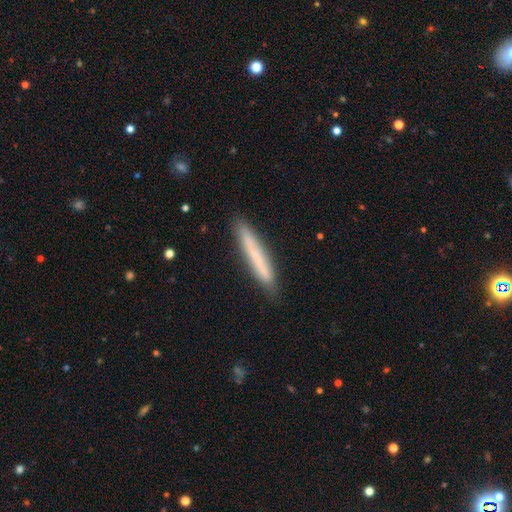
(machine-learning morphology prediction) smooth 63%, featured or disk 30%, star or artifact 7%. Down the decision tree: how rounded — cigar-shaped (96%); merging — none (88%).